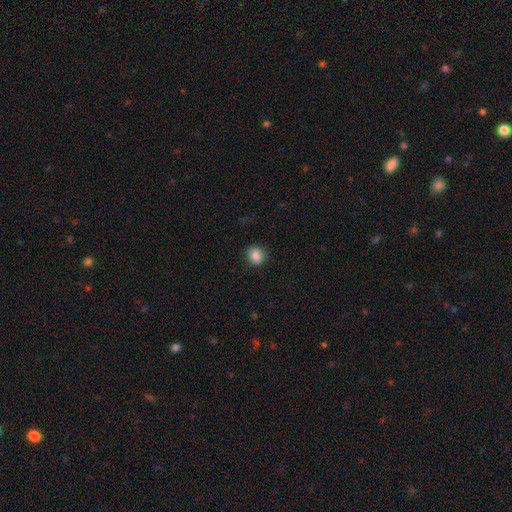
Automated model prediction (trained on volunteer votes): smooth-or-featured: smooth: 86% | star or artifact: 10% | featured or disk: 4%
  how-rounded: round: 67% | in between: 32% | cigar-shaped: 1%
  merging: none: 87% | minor disturbance: 10% | major disturbance: 3% | merger: 1%